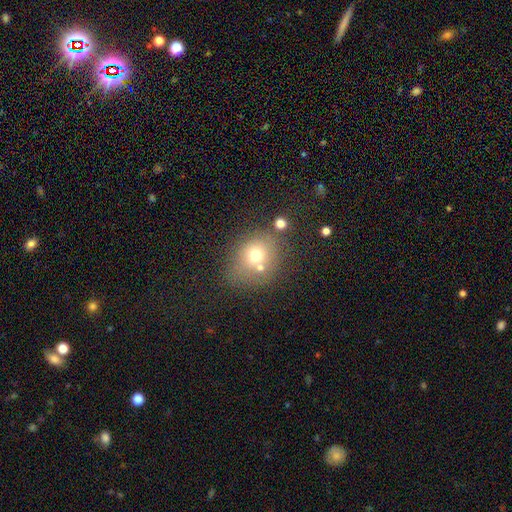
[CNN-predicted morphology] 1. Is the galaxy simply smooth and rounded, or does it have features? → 68% smooth, 18% featured or disk, 14% star or artifact.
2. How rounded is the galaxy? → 64% round, 35% in between, 1% cigar-shaped.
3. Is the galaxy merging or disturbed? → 55% none, 23% merger, 15% minor disturbance, 7% major disturbance.